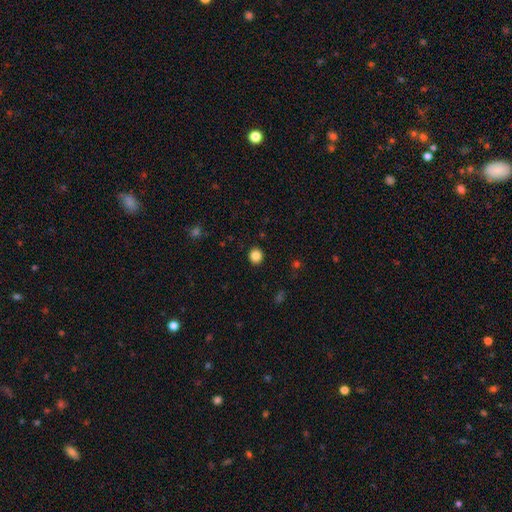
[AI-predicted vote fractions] Smooth or featured?
  - smooth: 85% *
  - star or artifact: 11%
  - featured or disk: 4%
How rounded?
  - round: 88% *
  - in between: 11%
  - cigar-shaped: 1%
Merging?
  - none: 92% *
  - minor disturbance: 5%
  - major disturbance: 2%
  - merger: 1%